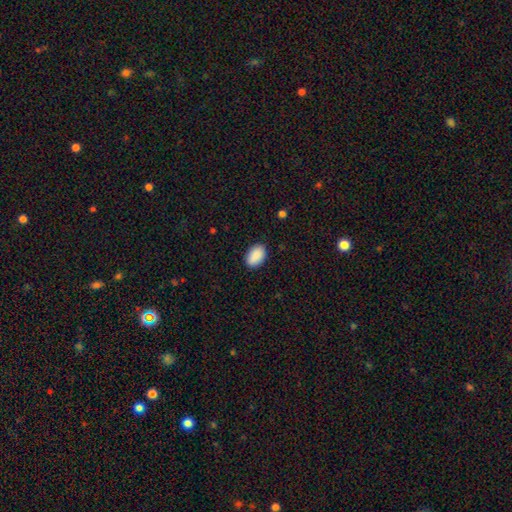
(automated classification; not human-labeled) Smooth or featured: smooth — 91% (star or artifact — 6%)
How rounded: in between — 91% (round — 8%)
Merging: none — 88% (minor disturbance — 9%)